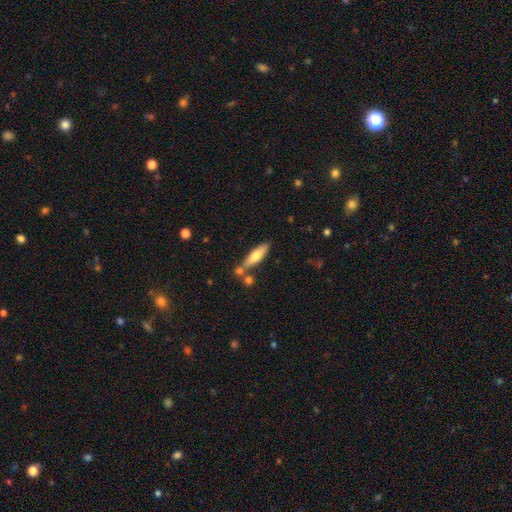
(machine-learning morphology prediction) smooth_or_featured: smooth (p=0.65) [alt: featured or disk p=0.28]
how_rounded: cigar-shaped (p=0.65) [alt: in between p=0.33]
merging: none (p=0.66) [alt: merger p=0.16]